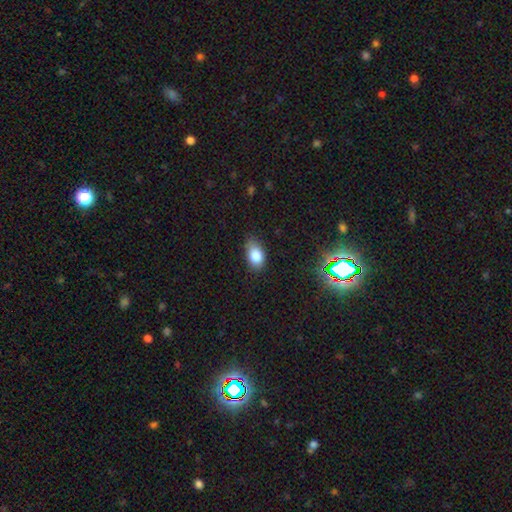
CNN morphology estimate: type=smooth (82%); roundness=in between (87%); merging=none (67%).